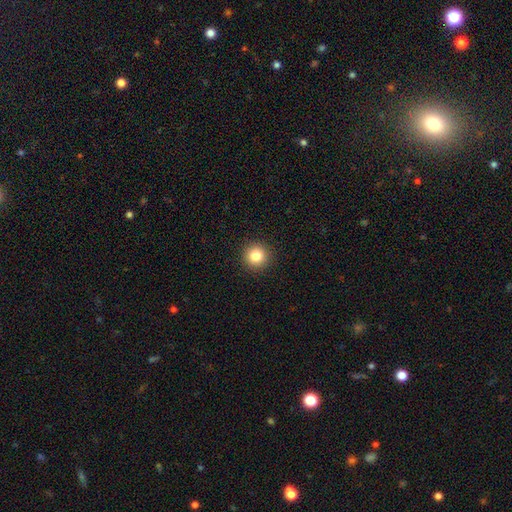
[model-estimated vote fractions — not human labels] Smooth or featured: smooth — 84% (star or artifact — 11%)
How rounded: round — 95% (in between — 4%)
Merging: none — 93% (minor disturbance — 5%)